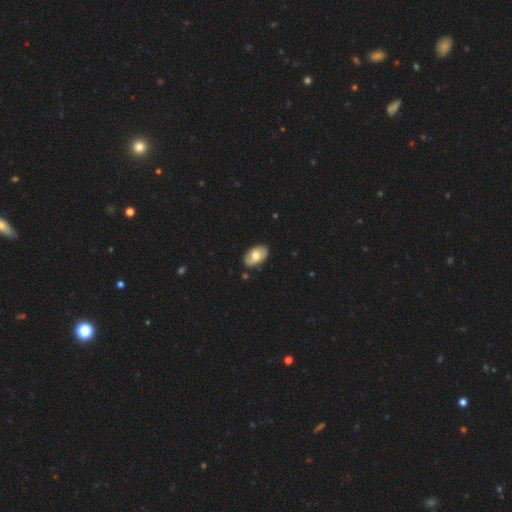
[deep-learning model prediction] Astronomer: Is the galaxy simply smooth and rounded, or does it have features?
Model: smooth — 65%.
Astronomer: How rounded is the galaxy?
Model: in between — 93%.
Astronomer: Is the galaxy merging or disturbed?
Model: none — 84%.